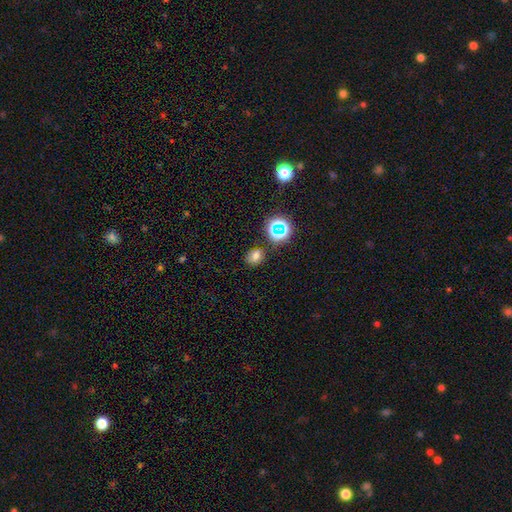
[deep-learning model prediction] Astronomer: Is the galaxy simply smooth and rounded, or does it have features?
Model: smooth — 68%.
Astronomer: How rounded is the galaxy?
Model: round — 67%.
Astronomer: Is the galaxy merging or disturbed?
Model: none — 78%.